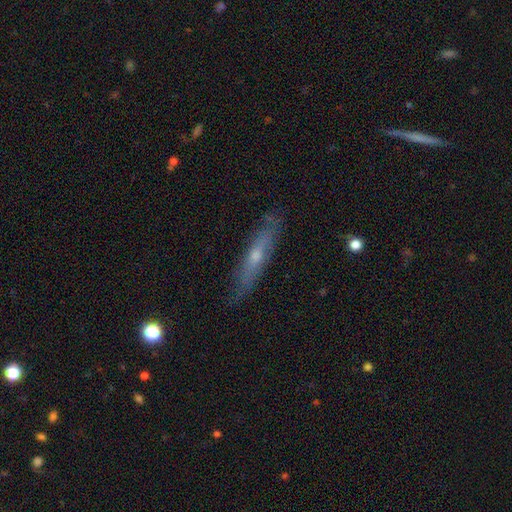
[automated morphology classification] Smooth or featured: featured or disk — 55% (smooth — 38%)
Edge-on disk: yes — 72% (no — 28%)
Merging: none — 78% (minor disturbance — 17%)